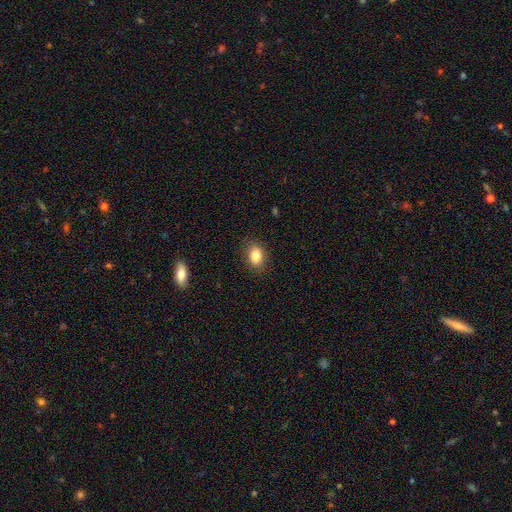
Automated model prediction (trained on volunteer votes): This appears to be a smooth galaxy with no disk features (85%) that is in between round and cigar-shaped (73%). Merging: none (86%).